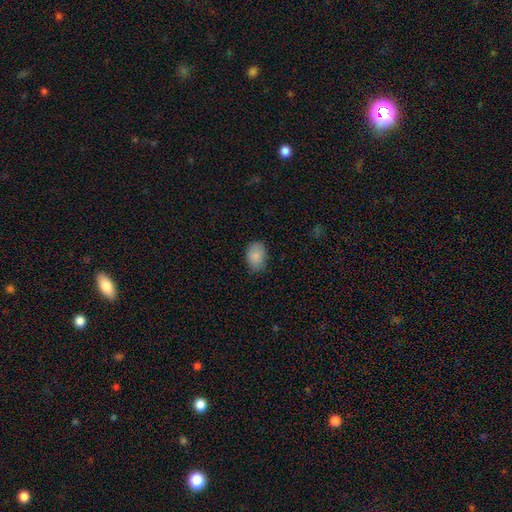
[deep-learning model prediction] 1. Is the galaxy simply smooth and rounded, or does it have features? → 86% smooth, 8% star or artifact, 6% featured or disk.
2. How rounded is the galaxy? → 79% in between, 20% round, 1% cigar-shaped.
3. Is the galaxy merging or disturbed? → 76% none, 19% minor disturbance, 3% major disturbance, 1% merger.